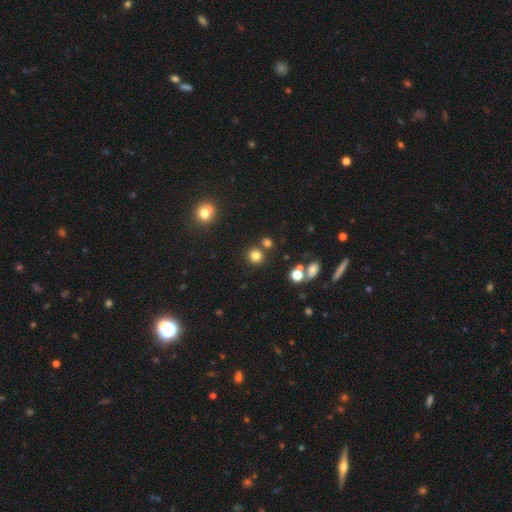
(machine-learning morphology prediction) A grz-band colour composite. It shows a smooth galaxy with no disk features (78%) that is round (91%). Merging: none (79%).